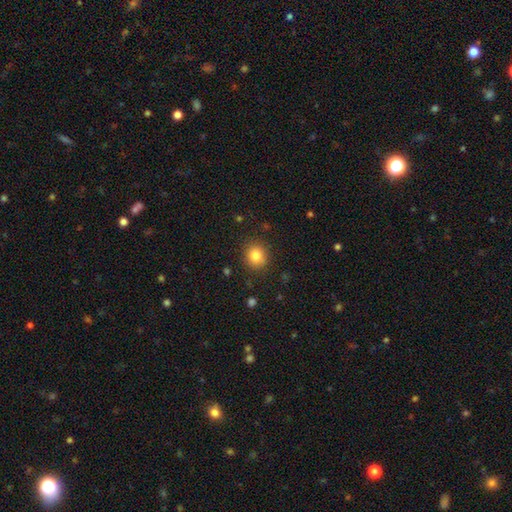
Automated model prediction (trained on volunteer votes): The model was most divided on "how rounded": round: 84%, in between: 15%, cigar-shaped: 1%. More confident: merging — none (87%); smooth or featured — smooth (82%).